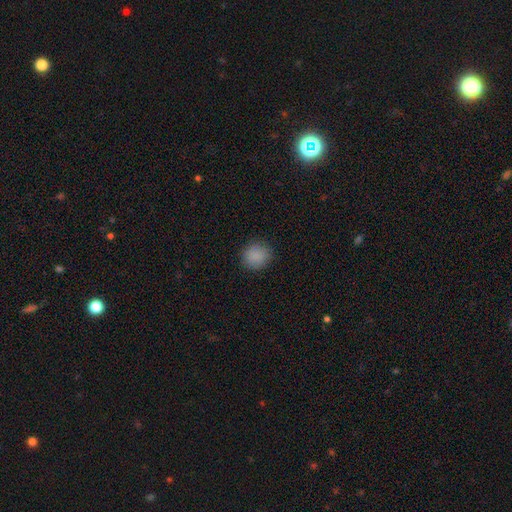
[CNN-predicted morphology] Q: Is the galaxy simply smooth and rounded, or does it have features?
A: smooth — 86%.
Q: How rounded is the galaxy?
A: round — 84%.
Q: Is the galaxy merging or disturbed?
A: none — 87%.